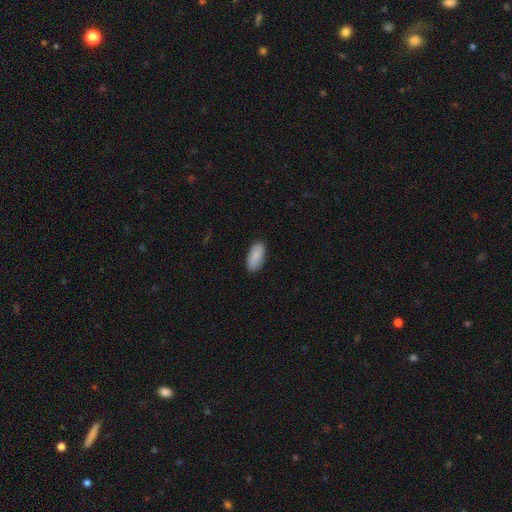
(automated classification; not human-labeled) This is clearly a smooth galaxy (82%). How rounded: clearly in between (92%). Merging: clearly none (88%).